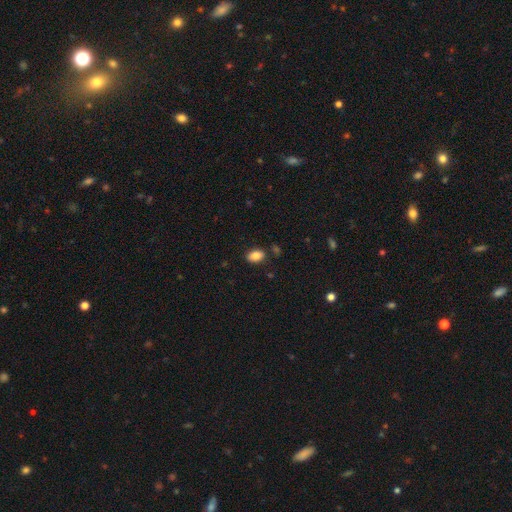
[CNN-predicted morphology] type=smooth (86%); roundness=in between (87%); merging=none (83%).